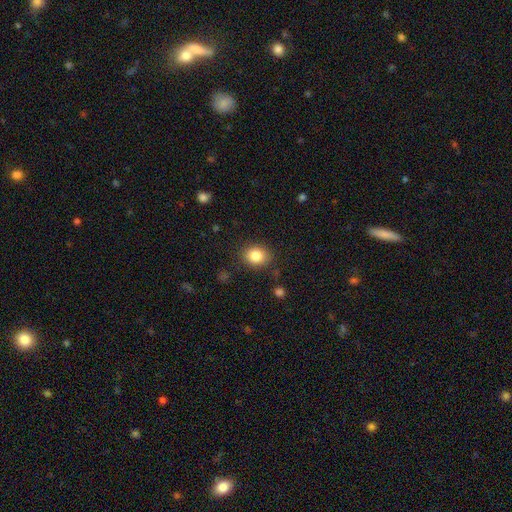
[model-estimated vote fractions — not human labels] Smooth or featured? Predicted: smooth (p=0.84). How rounded? Predicted: round (p=0.60). Merging? Predicted: none (p=0.85).